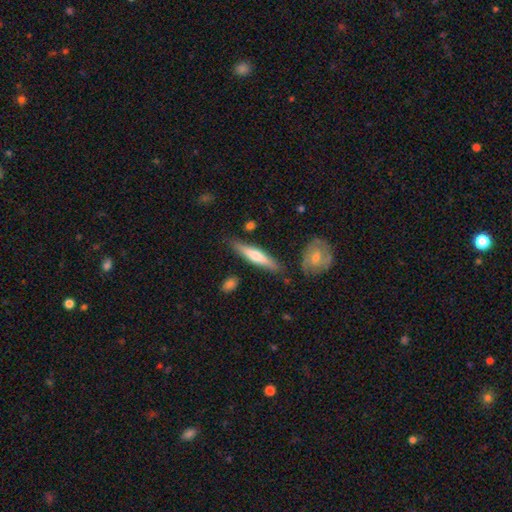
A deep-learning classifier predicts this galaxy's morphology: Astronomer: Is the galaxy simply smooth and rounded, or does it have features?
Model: smooth — 51% (runner-up: featured or disk, 44%).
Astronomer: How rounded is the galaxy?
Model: cigar-shaped — 83%.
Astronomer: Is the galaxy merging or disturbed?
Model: none — 82%.